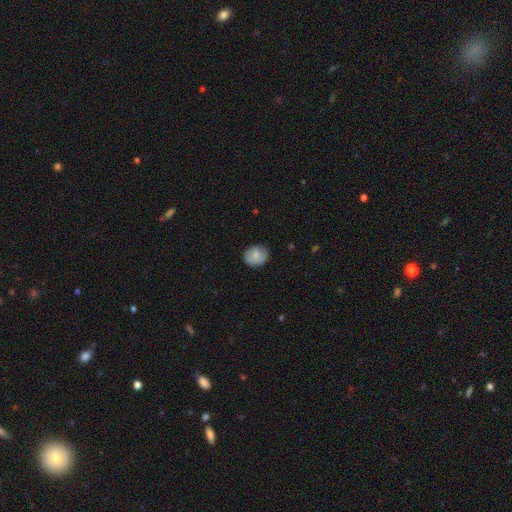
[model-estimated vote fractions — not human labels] Overall: smooth (76%). How rounded: round (67%; in between 33%). Merging: none (76%).